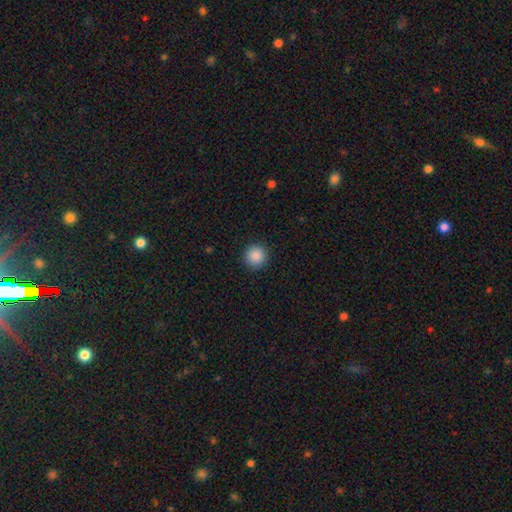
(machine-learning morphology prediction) Smooth or featured? smooth (88%)
How rounded? round (95%)
Merging? none (92%)